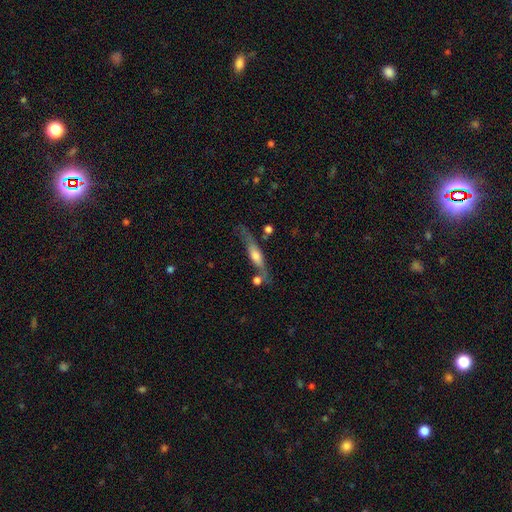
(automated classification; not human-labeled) Smooth or featured?
  - featured or disk: 53% *
  - smooth: 40%
  - star or artifact: 7%
Edge-on disk?
  - yes: 81% *
  - no: 19%
Merging?
  - none: 56% *
  - minor disturbance: 20%
  - merger: 15%
  - major disturbance: 9%